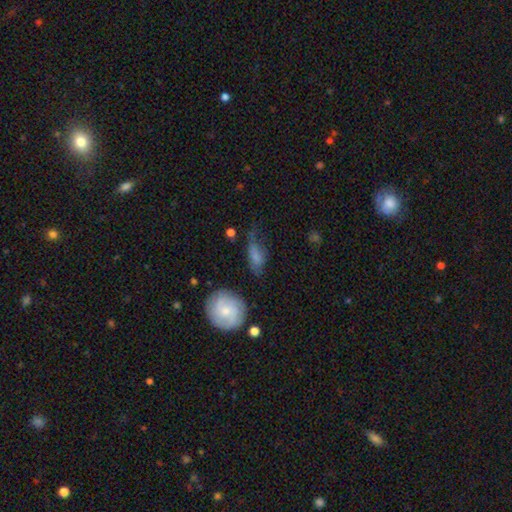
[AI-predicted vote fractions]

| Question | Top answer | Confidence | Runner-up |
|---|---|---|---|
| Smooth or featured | smooth | 66% | featured or disk (25%) |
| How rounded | in between | 74% | cigar-shaped (15%) |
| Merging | none | 38% | minor disturbance (33%) |